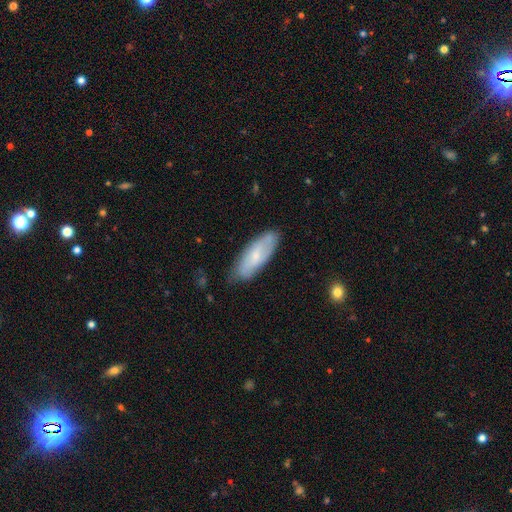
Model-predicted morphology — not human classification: A smooth galaxy with no disk features (59%) that is in between round and cigar-shaped (63%). Merging: none (76%).